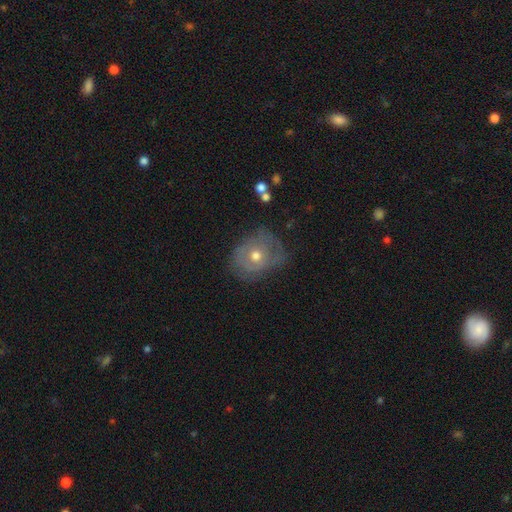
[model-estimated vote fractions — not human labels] The model was most divided on "spiral arms": yes: 51%, no: 49%. More confident: edge-on disk — no (95%); bar — no (87%); bulge size — moderate (70%); merging — none (56%); smooth or featured — featured or disk (53%).